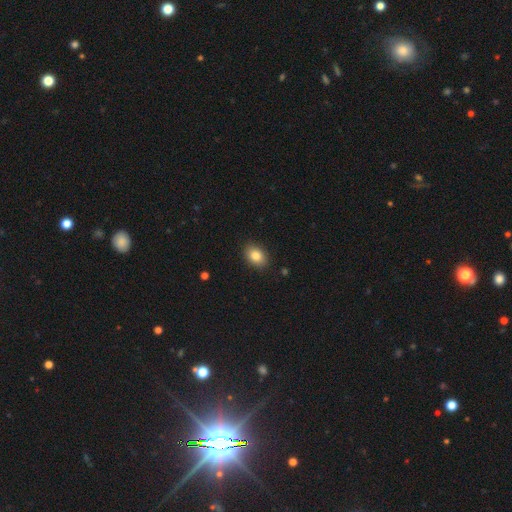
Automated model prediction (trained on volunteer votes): smooth_or_featured: smooth (p=0.84) [alt: star or artifact p=0.09]
how_rounded: in between (p=0.75) [alt: round p=0.24]
merging: none (p=0.88) [alt: minor disturbance p=0.09]